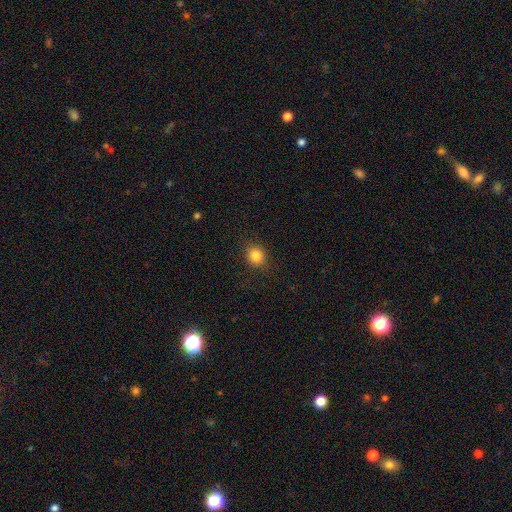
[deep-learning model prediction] This is clearly a smooth galaxy (84%). How rounded: likely round (75%). Merging: clearly none (88%).